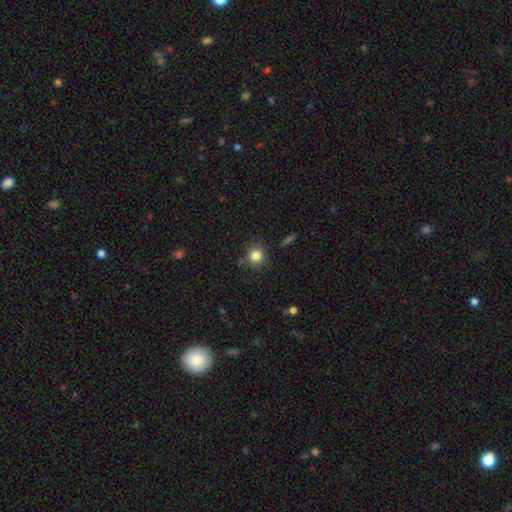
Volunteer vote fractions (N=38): smooth 92%, star or artifact 5%, featured or disk 3%. Down the decision tree: how rounded — round (94%); merging — none (92%).